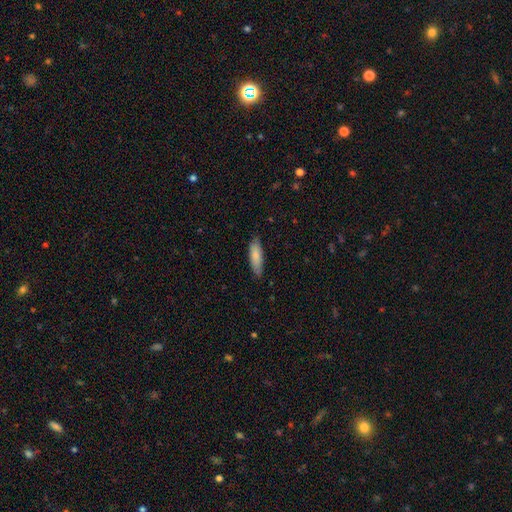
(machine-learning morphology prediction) Smooth or featured: smooth — 83% (featured or disk — 11%)
How rounded: cigar-shaped — 49% (tied with in between — 49%)
Merging: none — 81% (minor disturbance — 16%)